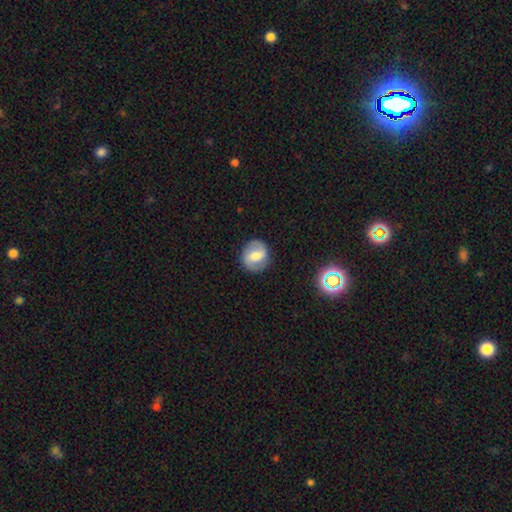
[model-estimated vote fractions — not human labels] Q: Smooth or featured?
A: featured or disk (55%); runner-up: smooth (37%)
Q: Edge-on disk?
A: no (97%); runner-up: yes (3%)
Q: Bar?
A: weak (49%); runner-up: strong (28%)
Q: Spiral arms?
A: yes (80%); runner-up: no (20%)
Q: Bulge size?
A: moderate (62%); runner-up: small (21%)
Q: Merging?
A: none (86%); runner-up: minor disturbance (9%)